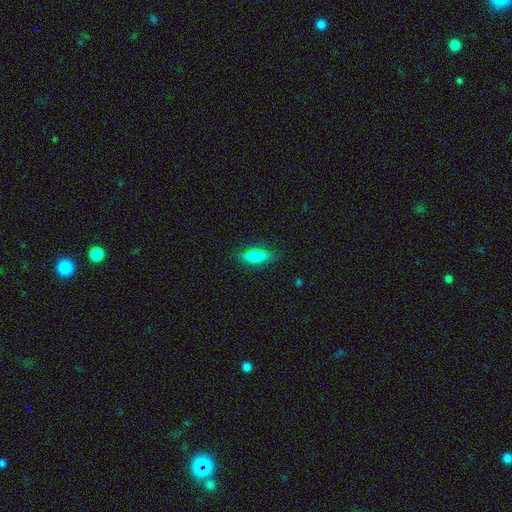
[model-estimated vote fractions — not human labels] Smooth or featured? Predicted: smooth (p=0.72). How rounded? Predicted: in between (p=0.74). Merging? Predicted: none (p=0.84).